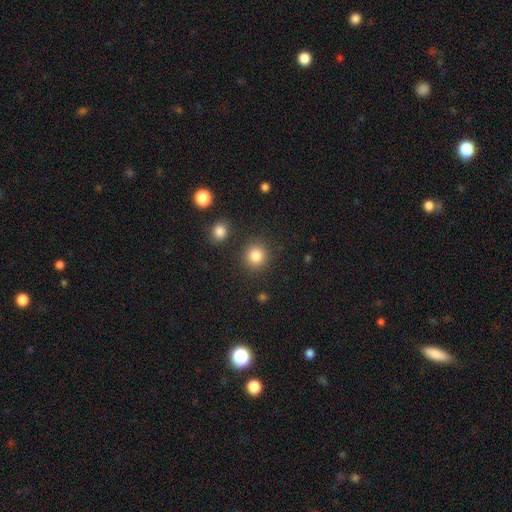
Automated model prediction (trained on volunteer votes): This appears to be a smooth galaxy with no disk features (85%) that is round (91%). Merging: none (87%).